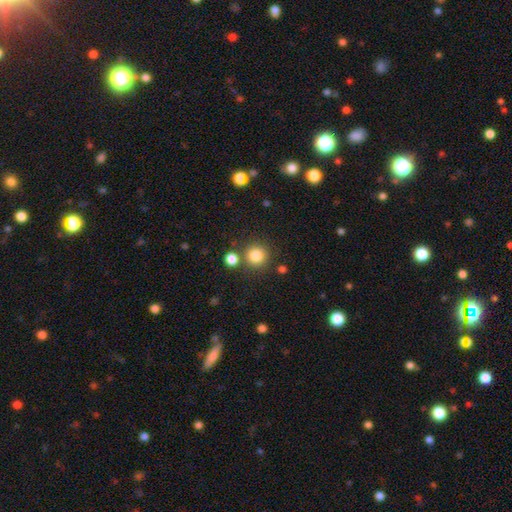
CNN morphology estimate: type=smooth (84%); roundness=round (94%); merging=none (81%).